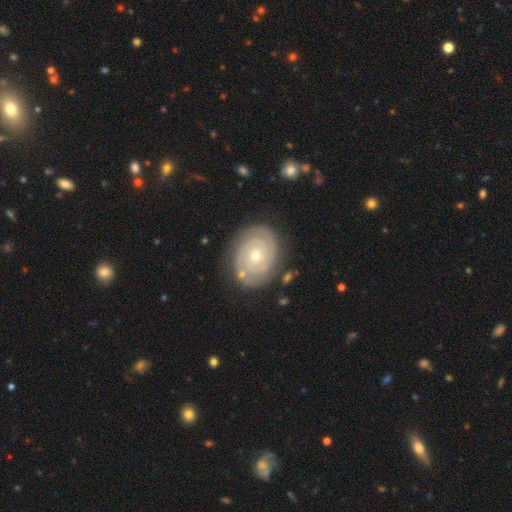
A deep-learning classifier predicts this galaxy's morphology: This appears to be a featured or disk galaxy (91%) with no bar (76%), 2 (76%) tight (86%) spiral arms (98%) and a small central bulge (51%). Merging: none (84%).